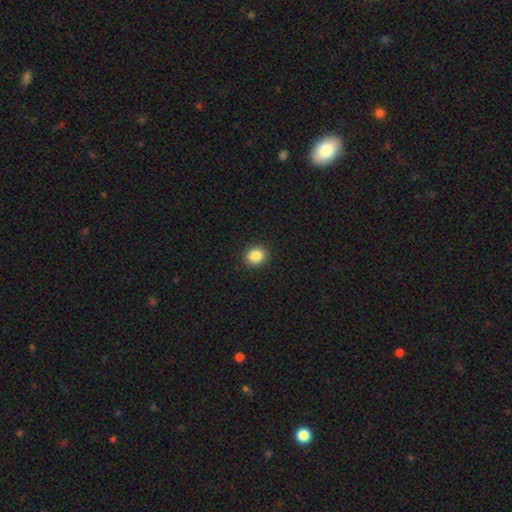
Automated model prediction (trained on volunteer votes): smooth_or_featured: smooth (p=0.86) [alt: star or artifact p=0.10]
how_rounded: round (p=0.65) [alt: in between p=0.34]
merging: none (p=0.91) [alt: minor disturbance p=0.07]